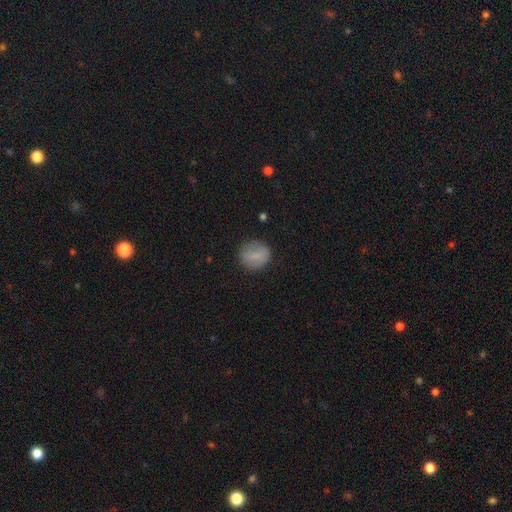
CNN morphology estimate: Q: Smooth or featured?
A: smooth (73%); runner-up: featured or disk (19%)
Q: How rounded?
A: round (80%); runner-up: in between (19%)
Q: Merging?
A: none (81%); runner-up: minor disturbance (13%)